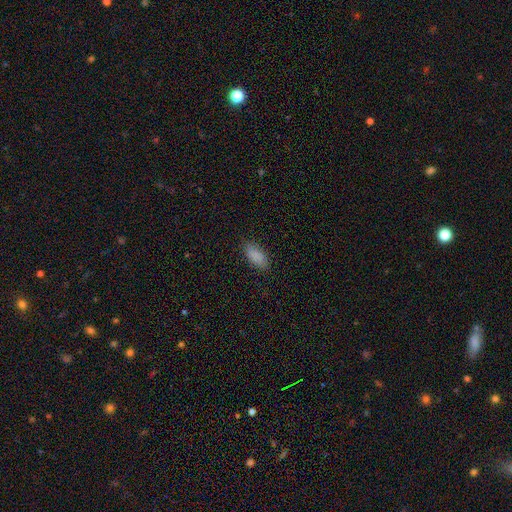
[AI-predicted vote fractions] smooth 88%, star or artifact 7%, featured or disk 4%. Down the decision tree: how rounded — in between (87%); merging — none (84%).